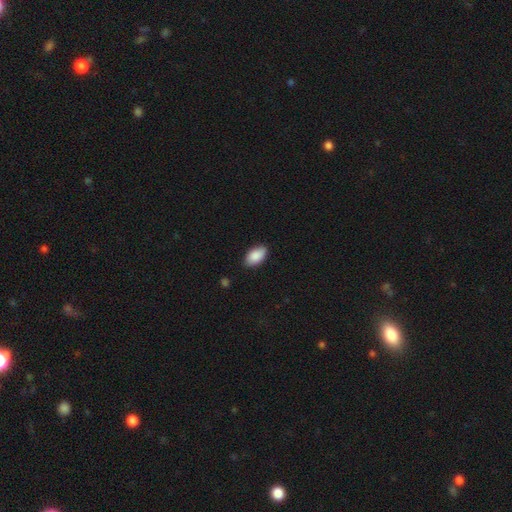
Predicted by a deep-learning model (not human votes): Smooth or featured?
  - smooth: 89% *
  - star or artifact: 6%
  - featured or disk: 5%
How rounded?
  - in between: 94% *
  - round: 4%
  - cigar-shaped: 2%
Merging?
  - none: 84% *
  - minor disturbance: 12%
  - major disturbance: 2%
  - merger: 1%